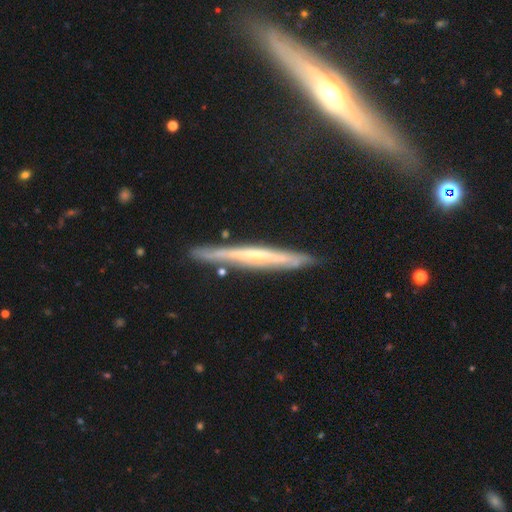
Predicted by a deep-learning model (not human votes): This is likely a featured or disk galaxy (68%). It is clearly viewed edge-on (94%). Edge-on bulge: likely none (65%). Merging: clearly none (83%).